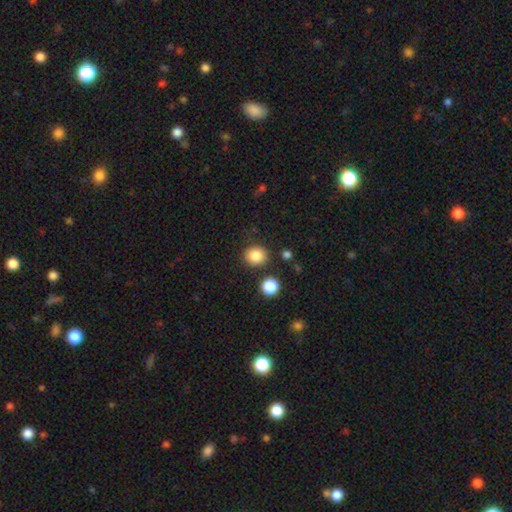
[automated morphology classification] Smooth or featured? smooth (85%)
How rounded? round (78%)
Merging? none (85%)